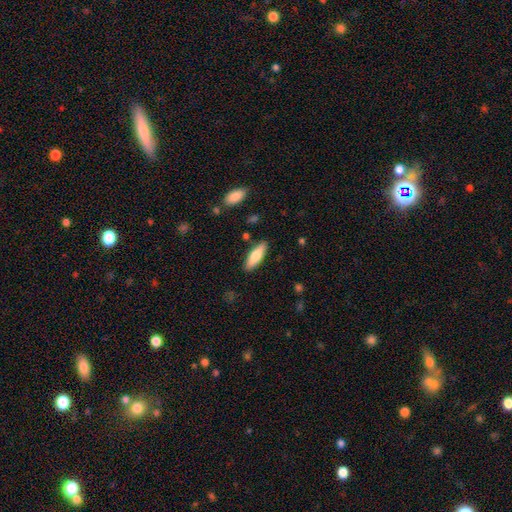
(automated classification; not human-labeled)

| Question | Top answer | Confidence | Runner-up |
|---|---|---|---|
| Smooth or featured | smooth | 71% | featured or disk (24%) |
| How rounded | in between | 53% | cigar-shaped (45%) |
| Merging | none | 87% | minor disturbance (9%) |